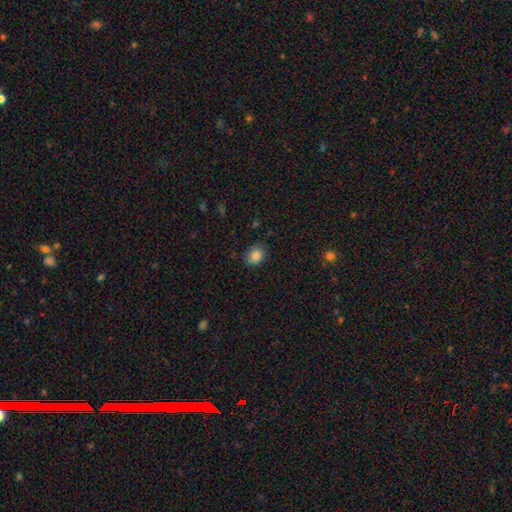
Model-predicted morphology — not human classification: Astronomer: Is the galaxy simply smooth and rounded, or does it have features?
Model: smooth — 85%.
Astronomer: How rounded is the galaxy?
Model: round — 54% (runner-up: in between, 45%).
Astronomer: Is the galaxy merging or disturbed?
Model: none — 81%.